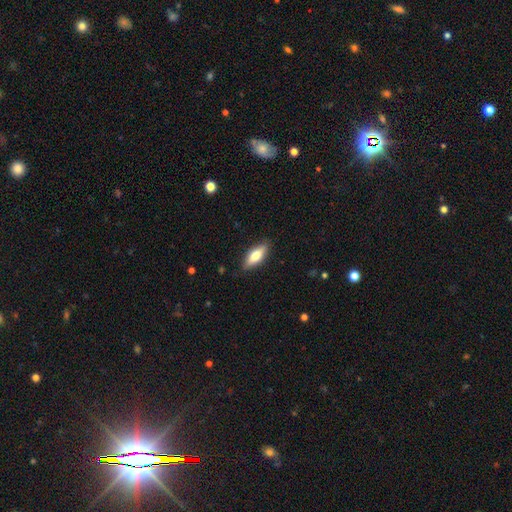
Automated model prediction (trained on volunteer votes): Smooth or featured?
  - smooth: 64% *
  - featured or disk: 30%
  - star or artifact: 6%
How rounded?
  - in between: 60% *
  - cigar-shaped: 37%
  - round: 2%
Merging?
  - none: 86% *
  - minor disturbance: 10%
  - major disturbance: 2%
  - merger: 1%